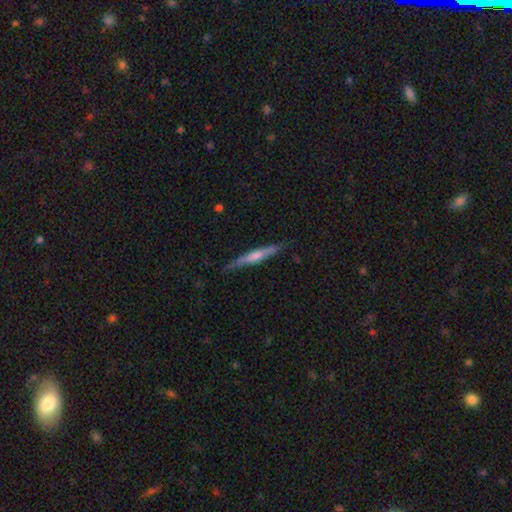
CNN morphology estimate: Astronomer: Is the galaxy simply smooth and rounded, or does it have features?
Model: featured or disk — 74%.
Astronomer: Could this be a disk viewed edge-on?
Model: yes — 97%.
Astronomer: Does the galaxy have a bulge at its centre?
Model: rounded — 74%.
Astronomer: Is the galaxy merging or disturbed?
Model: none — 88%.